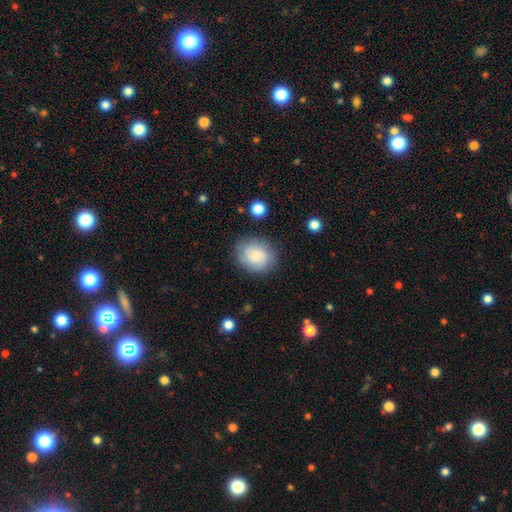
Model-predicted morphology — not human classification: Smooth or featured?
  - smooth: 77% *
  - featured or disk: 15%
  - star or artifact: 8%
How rounded?
  - round: 63% *
  - in between: 36%
  - cigar-shaped: 1%
Merging?
  - none: 78% *
  - minor disturbance: 15%
  - major disturbance: 5%
  - merger: 2%